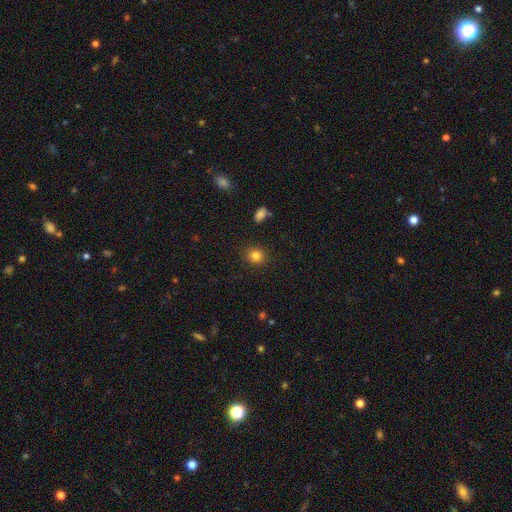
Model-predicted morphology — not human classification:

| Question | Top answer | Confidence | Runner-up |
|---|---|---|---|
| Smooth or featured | smooth | 83% | star or artifact (12%) |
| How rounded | round | 83% | in between (16%) |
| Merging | none | 90% | minor disturbance (6%) |